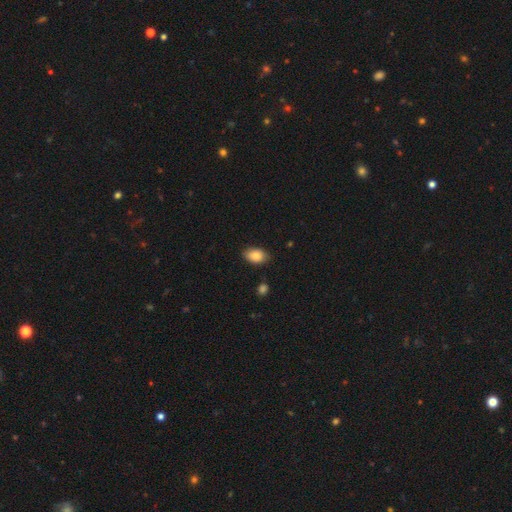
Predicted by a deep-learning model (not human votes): Q: Smooth or featured?
A: smooth (87%); runner-up: star or artifact (7%)
Q: How rounded?
A: in between (89%); runner-up: round (10%)
Q: Merging?
A: none (84%); runner-up: minor disturbance (12%)